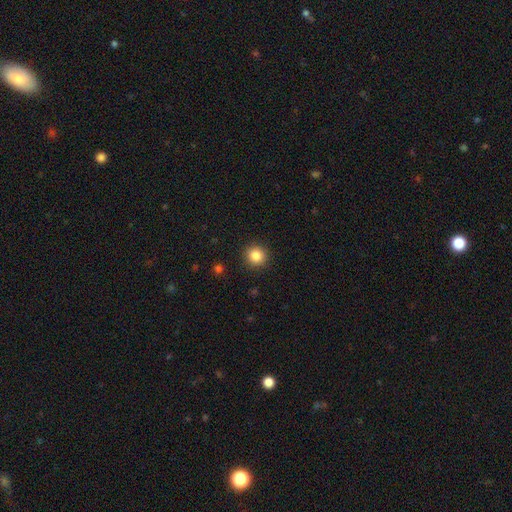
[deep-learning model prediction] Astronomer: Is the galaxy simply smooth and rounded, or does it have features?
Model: smooth — 85%.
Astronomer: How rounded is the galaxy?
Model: round — 94%.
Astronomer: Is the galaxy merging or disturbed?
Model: none — 92%.